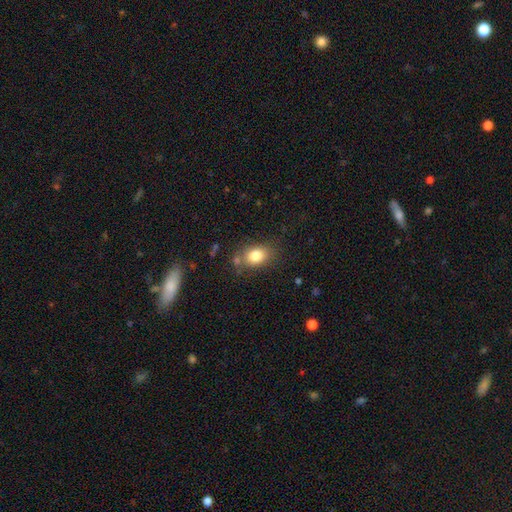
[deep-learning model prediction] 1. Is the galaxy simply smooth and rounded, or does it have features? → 82% smooth, 9% star or artifact, 9% featured or disk.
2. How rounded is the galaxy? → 71% in between, 28% round, 1% cigar-shaped.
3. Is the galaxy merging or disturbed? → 72% none, 15% minor disturbance, 8% merger, 5% major disturbance.